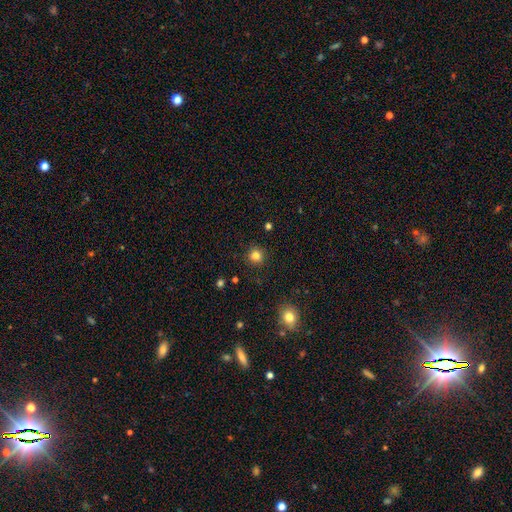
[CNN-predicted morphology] A smooth galaxy with no disk features (82%) that is round (92%). Merging: none (90%).